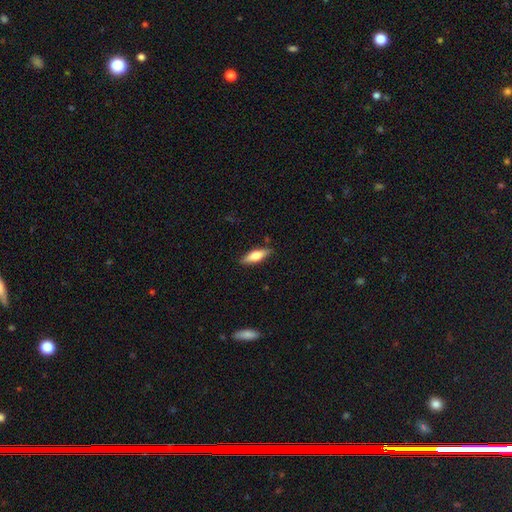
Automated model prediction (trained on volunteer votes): smooth_or_featured: smooth (p=0.59) [alt: featured or disk p=0.35]
how_rounded: in between (p=0.50) [alt: cigar-shaped p=0.48]
merging: none (p=0.85) [alt: minor disturbance p=0.11]